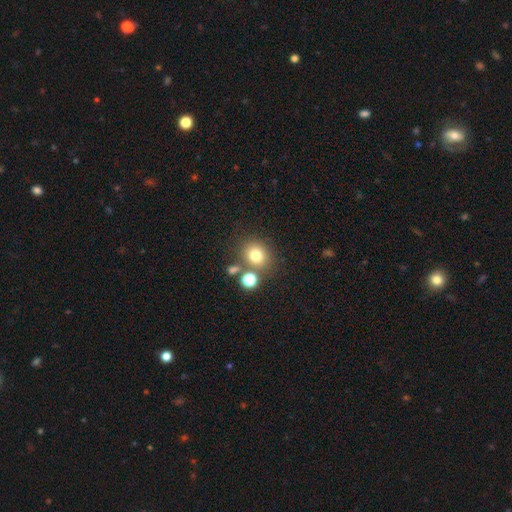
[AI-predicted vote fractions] This appears to be a smooth galaxy with no disk features (77%) that is round (78%). Merging: none (70%).